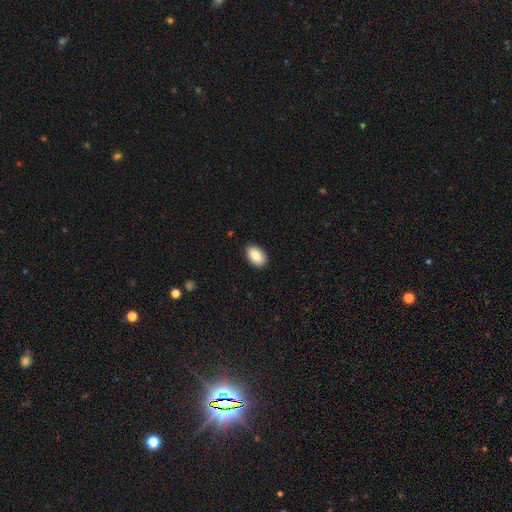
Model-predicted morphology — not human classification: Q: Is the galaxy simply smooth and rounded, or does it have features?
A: smooth — 87%.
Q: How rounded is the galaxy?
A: in between — 92%.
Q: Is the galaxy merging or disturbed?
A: none — 89%.